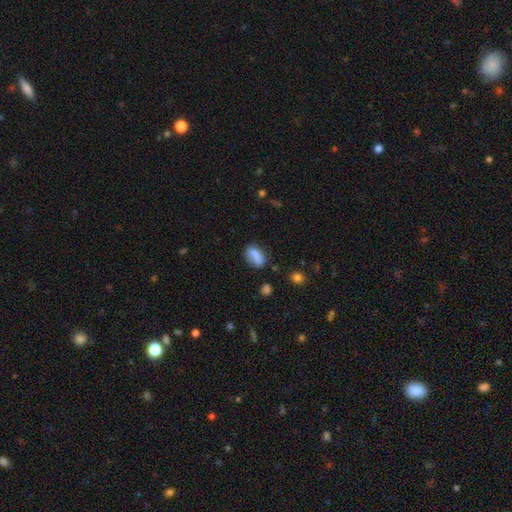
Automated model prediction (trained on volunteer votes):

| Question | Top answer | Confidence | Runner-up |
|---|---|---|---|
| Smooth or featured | smooth | 79% | featured or disk (12%) |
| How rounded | in between | 81% | round (10%) |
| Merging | none | 64% | minor disturbance (22%) |